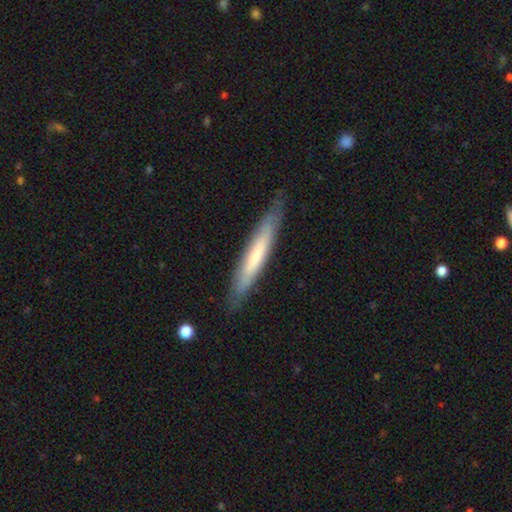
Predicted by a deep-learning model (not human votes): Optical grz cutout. It shows a smooth galaxy with no disk features (57%) that is cigar-shaped (93%). Merging: none (84%).